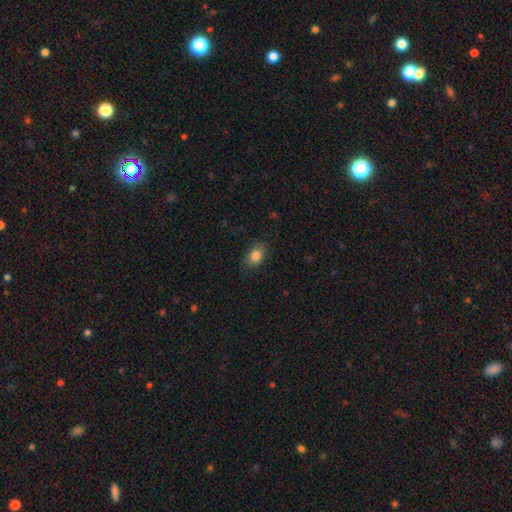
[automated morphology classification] Overall: smooth (82%). How rounded: in between (78%). Merging: none (82%).